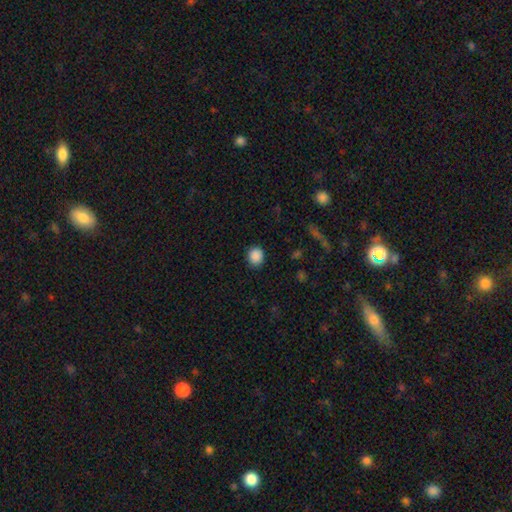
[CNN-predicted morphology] A smooth galaxy with no disk features (88%) that is round (77%). Merging: none (87%).